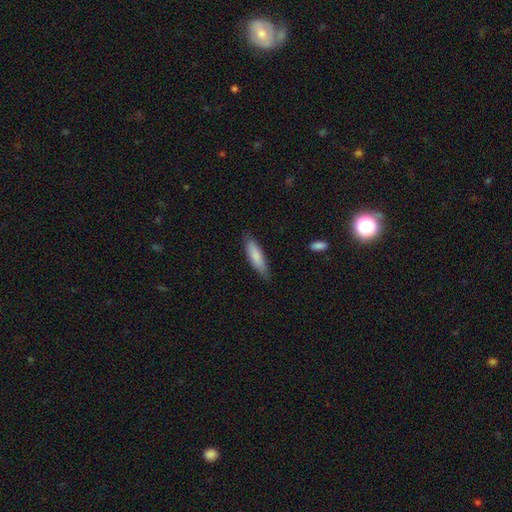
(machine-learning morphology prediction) The model was most divided on "how rounded": cigar-shaped: 62%, in between: 37%, round: 1%. More confident: smooth or featured — smooth (81%); merging — none (79%).